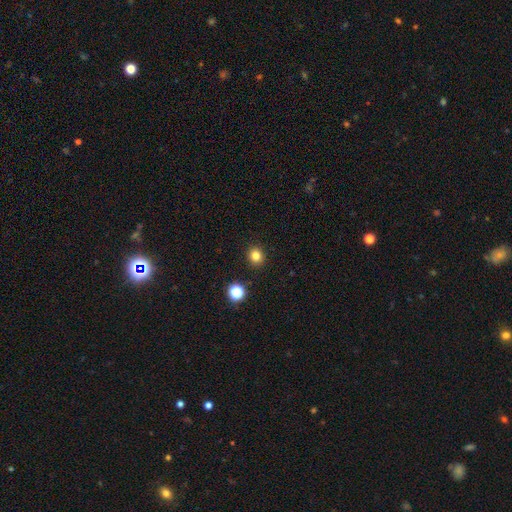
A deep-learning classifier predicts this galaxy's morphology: smooth-or-featured: smooth: 81% | star or artifact: 14% | featured or disk: 5%
  how-rounded: round: 85% | in between: 14% | cigar-shaped: 1%
  merging: none: 91% | minor disturbance: 5% | major disturbance: 2% | merger: 1%